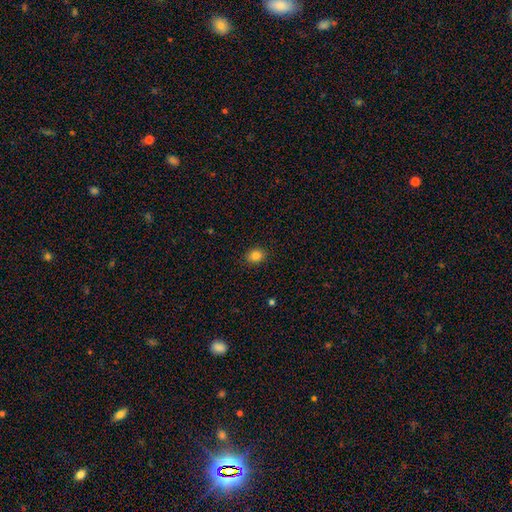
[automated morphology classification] A smooth galaxy with no disk features (83%) that is round (64%).

Vote fractions:
- Smooth or featured? smooth: 83% / star or artifact: 11% / featured or disk: 5%
- How rounded? round: 64% / in between: 35% / cigar-shaped: 1%
- Merging? none: 89% / minor disturbance: 8% / major disturbance: 2% / merger: 1%